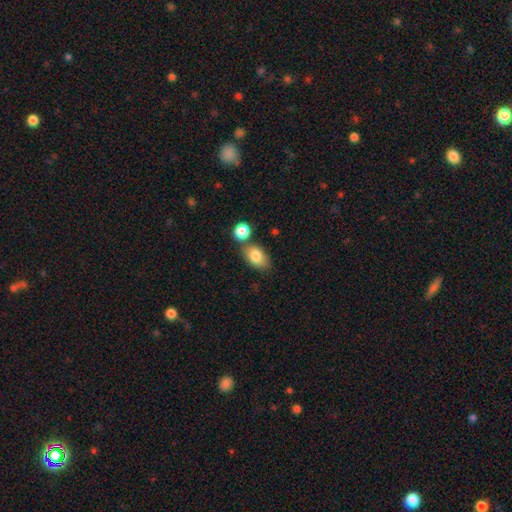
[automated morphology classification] This is clearly a smooth galaxy (83%). How rounded: clearly in between (87%). Merging: likely none (63%).